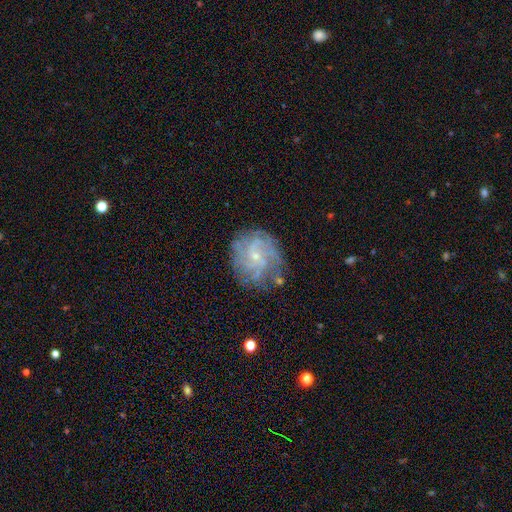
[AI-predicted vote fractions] This appears to be a featured or disk galaxy (76%) with no bar (70%), tight (50%) spiral arms (87%) and a small central bulge (80%). Merging: none (69%).